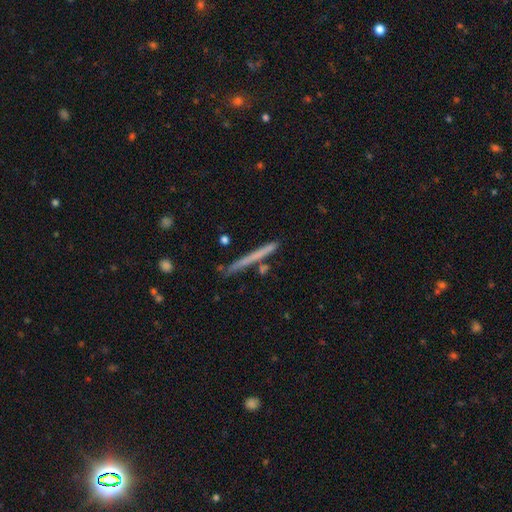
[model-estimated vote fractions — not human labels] The model was most divided on "smooth or featured": smooth: 52%, featured or disk: 41%, star or artifact: 6%. More confident: how rounded — cigar-shaped (97%); merging — none (85%).